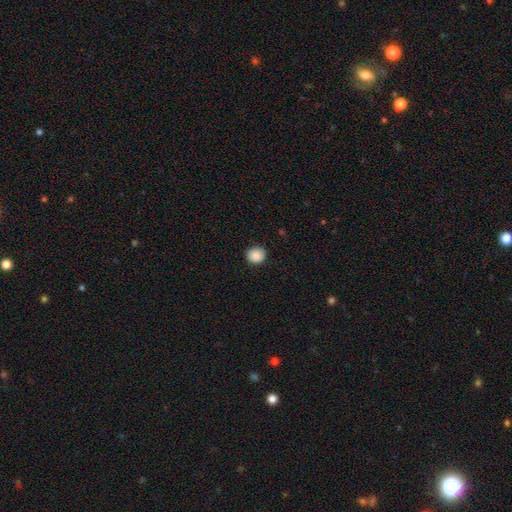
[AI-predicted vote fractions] Smooth or featured: smooth — 88% (star or artifact — 9%)
How rounded: round — 82% (in between — 17%)
Merging: none — 89% (minor disturbance — 8%)